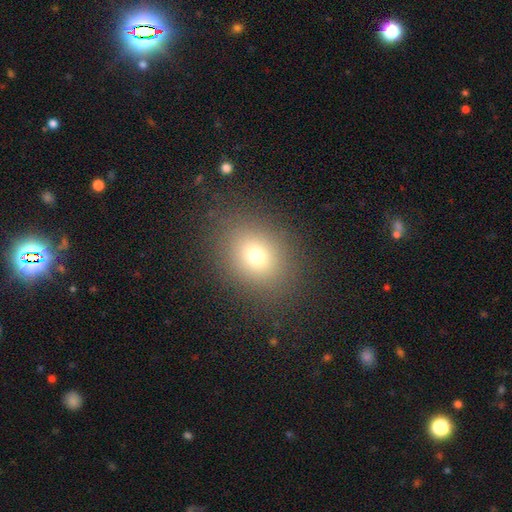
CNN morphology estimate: Smooth or featured? smooth (72%)
How rounded? round (51%)
Merging? none (85%)